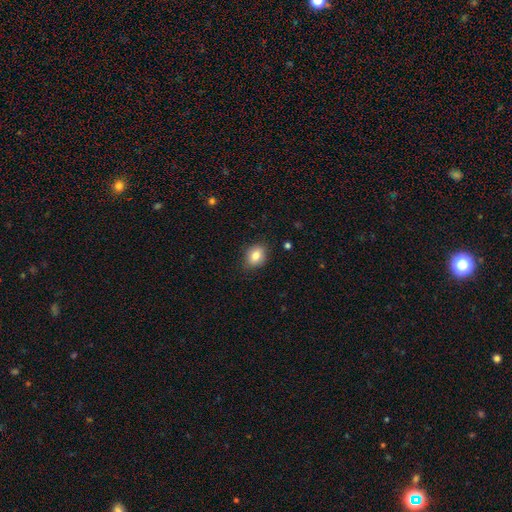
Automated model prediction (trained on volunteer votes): Smooth or featured?
  - smooth: 81% *
  - star or artifact: 9%
  - featured or disk: 9%
How rounded?
  - round: 50% *
  - in between: 49%
  - cigar-shaped: 1%
Merging?
  - none: 86% *
  - minor disturbance: 11%
  - major disturbance: 2%
  - merger: 1%